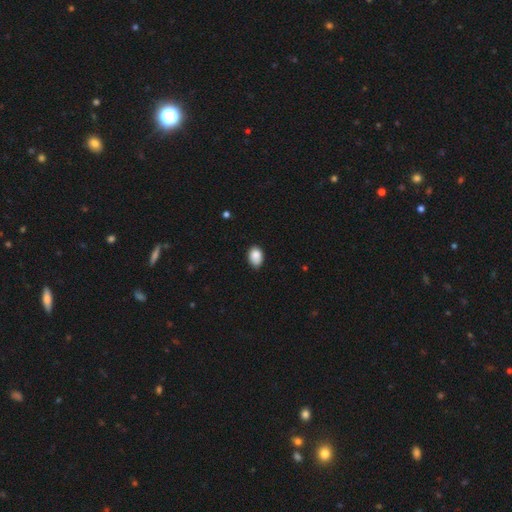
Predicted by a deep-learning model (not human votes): This appears to be a smooth galaxy with no disk features (87%) that is in between round and cigar-shaped (79%). Merging: none (73%).